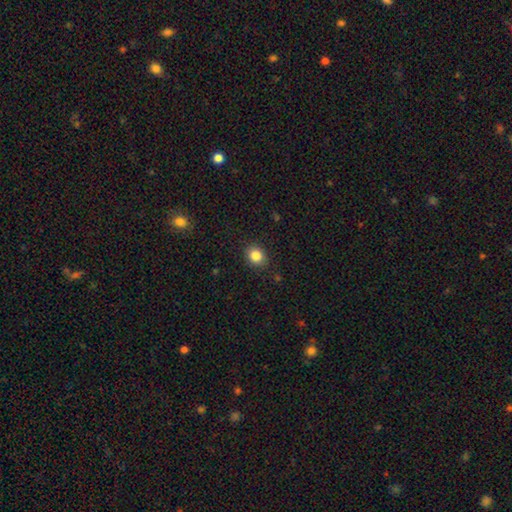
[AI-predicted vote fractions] A smooth galaxy with no disk features (84%) that is round (66%).

Vote fractions:
- Smooth or featured? smooth: 84% / star or artifact: 10% / featured or disk: 5%
- How rounded? round: 66% / in between: 33% / cigar-shaped: 1%
- Merging? none: 89% / minor disturbance: 8% / major disturbance: 2% / merger: 1%